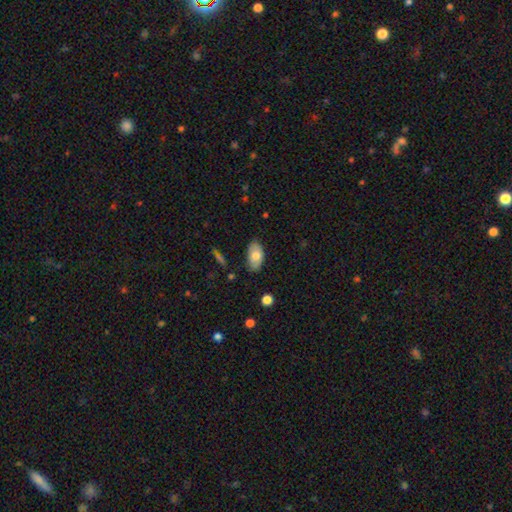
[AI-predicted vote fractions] Smooth or featured?
  - smooth: 72% *
  - featured or disk: 21%
  - star or artifact: 7%
How rounded?
  - in between: 94% *
  - round: 4%
  - cigar-shaped: 2%
Merging?
  - none: 79% *
  - minor disturbance: 17%
  - major disturbance: 3%
  - merger: 1%